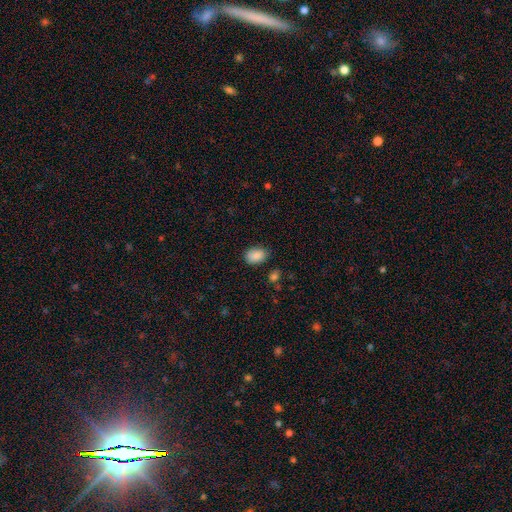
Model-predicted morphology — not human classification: Overall: smooth (88%). How rounded: in between (81%). Merging: none (79%).